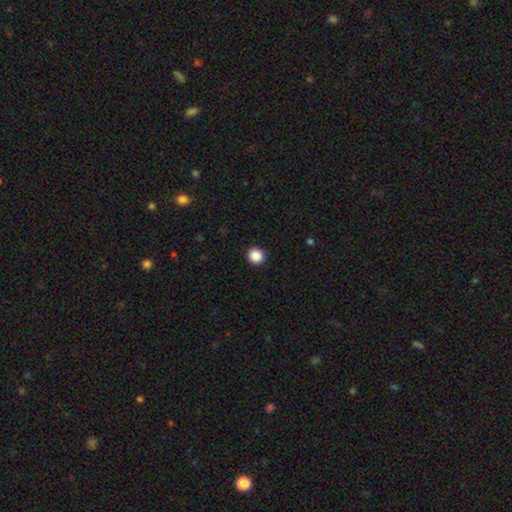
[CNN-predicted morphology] This is clearly a smooth galaxy (87%). How rounded: clearly round (95%). Merging: clearly none (93%).